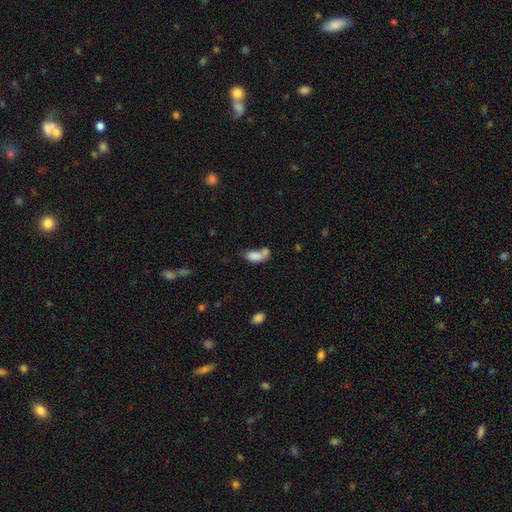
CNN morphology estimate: Smooth or featured?
  - smooth: 80% *
  - featured or disk: 11%
  - star or artifact: 9%
How rounded?
  - in between: 89% *
  - cigar-shaped: 6%
  - round: 5%
Merging?
  - merger: 50% *
  - none: 26%
  - minor disturbance: 14%
  - major disturbance: 10%